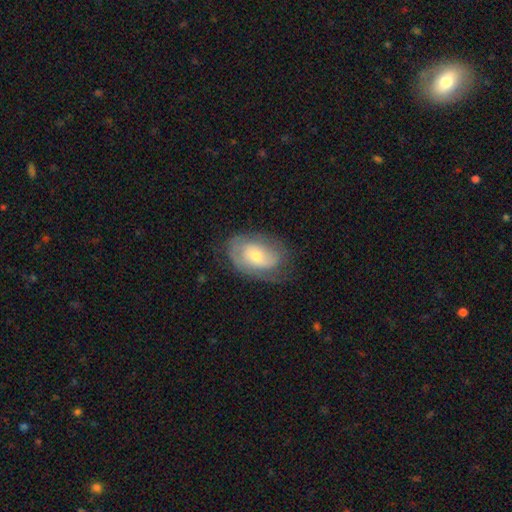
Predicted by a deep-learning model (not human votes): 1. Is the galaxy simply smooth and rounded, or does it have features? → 53% featured or disk, 40% smooth, 7% star or artifact.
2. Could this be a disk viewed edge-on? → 94% no, 6% yes.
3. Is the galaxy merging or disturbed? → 63% none, 24% minor disturbance, 11% major disturbance, 1% merger.